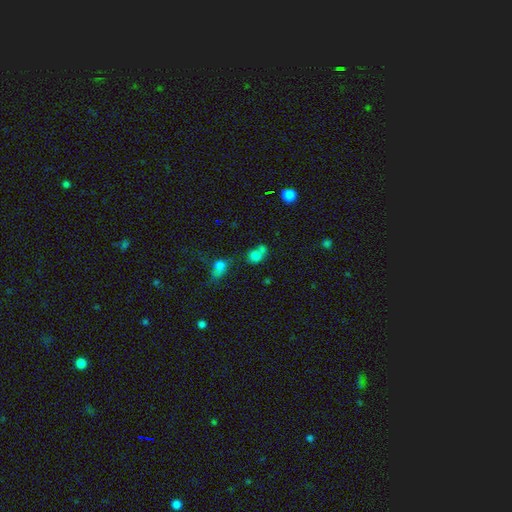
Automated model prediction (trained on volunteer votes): smooth_or_featured: smooth (p=0.75) [alt: star or artifact p=0.15]
how_rounded: round (p=0.66) [alt: in between p=0.33]
merging: merger (p=0.45) [alt: none p=0.38]